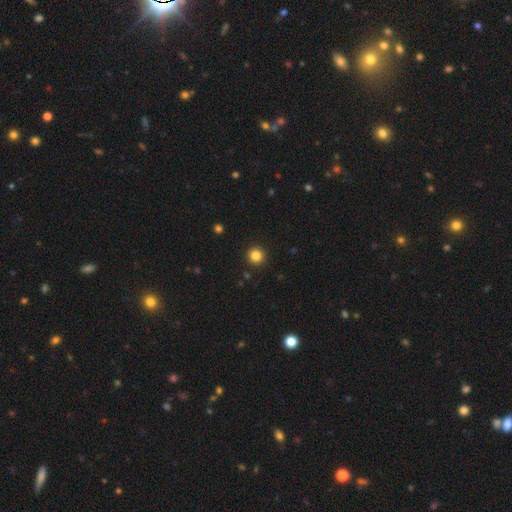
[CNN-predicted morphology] Overall: smooth (84%). How rounded: round (95%). Merging: none (93%).